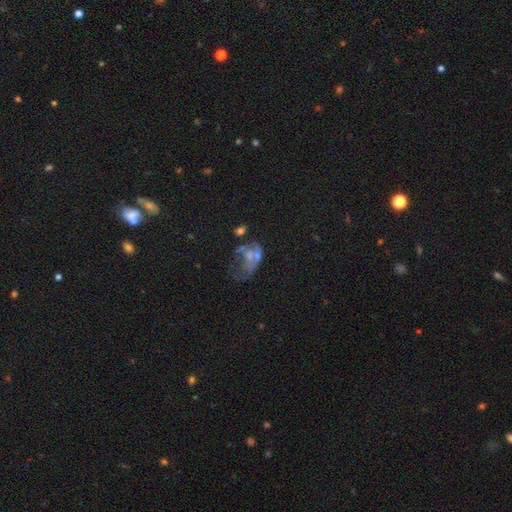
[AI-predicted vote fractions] A featured or disk galaxy (47%).

Vote fractions:
- Smooth or featured? featured or disk: 47% / smooth: 27% / star or artifact: 26%
- Merging? major disturbance: 39% / none: 25% / merger: 19% / minor disturbance: 17%